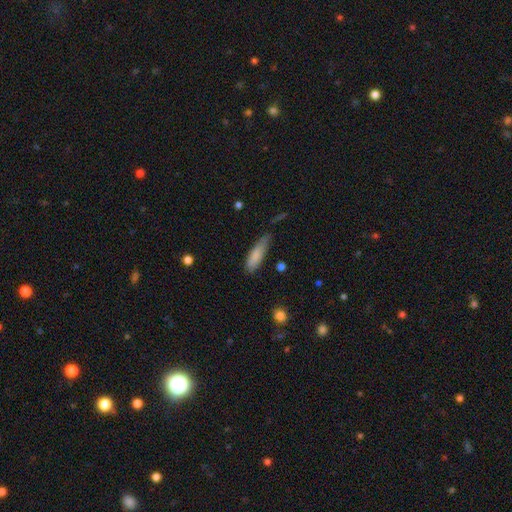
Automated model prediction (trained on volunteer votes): A smooth galaxy with no disk features (82%) that is cigar-shaped (59%). Merging: none (53%).